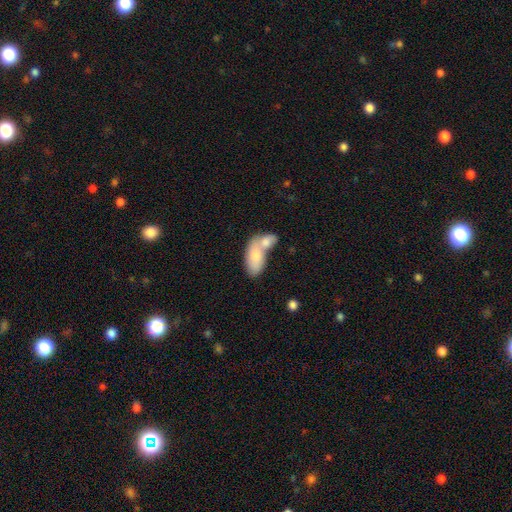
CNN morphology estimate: Smooth or featured: smooth — 75% (featured or disk — 19%)
How rounded: in between — 90% (cigar-shaped — 6%)
Merging: merger — 66% (none — 21%)